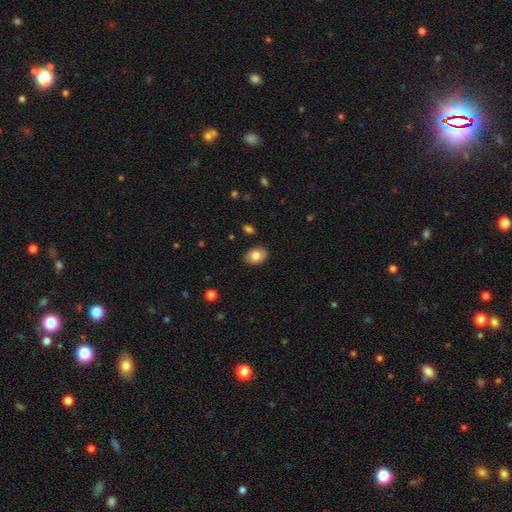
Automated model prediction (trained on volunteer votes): This appears to be a smooth galaxy with no disk features (78%) that is in between round and cigar-shaped (78%). Merging: none (88%).